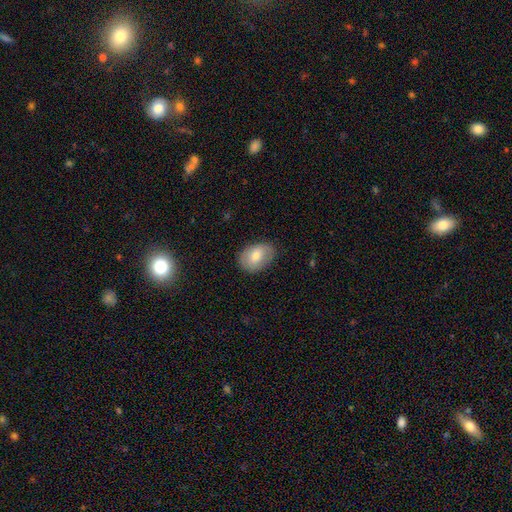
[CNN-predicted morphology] Smooth or featured? smooth (68%)
How rounded? in between (79%)
Merging? none (81%)